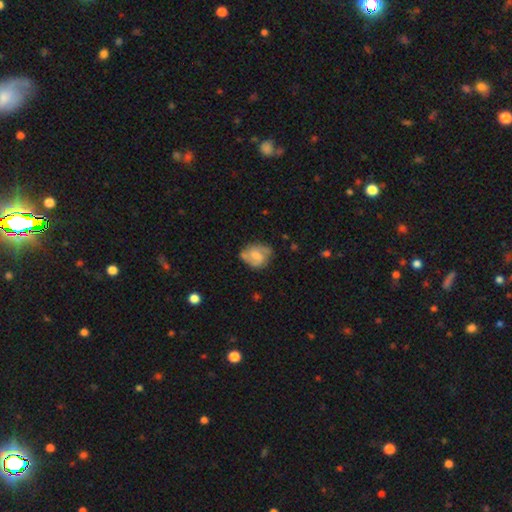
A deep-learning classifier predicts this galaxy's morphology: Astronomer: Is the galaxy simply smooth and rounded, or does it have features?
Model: featured or disk — 64%.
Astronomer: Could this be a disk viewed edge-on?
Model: no — 97%.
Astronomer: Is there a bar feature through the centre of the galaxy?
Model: weak — 49% (runner-up: no, 38%).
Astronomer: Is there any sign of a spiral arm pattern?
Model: yes — 88%.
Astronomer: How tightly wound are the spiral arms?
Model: medium — 48% (runner-up: tight, 29%).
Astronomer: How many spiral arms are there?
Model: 2 — 75%.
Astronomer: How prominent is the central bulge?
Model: moderate — 39% (runner-up: small, 36%).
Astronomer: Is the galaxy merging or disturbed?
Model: none — 62%.